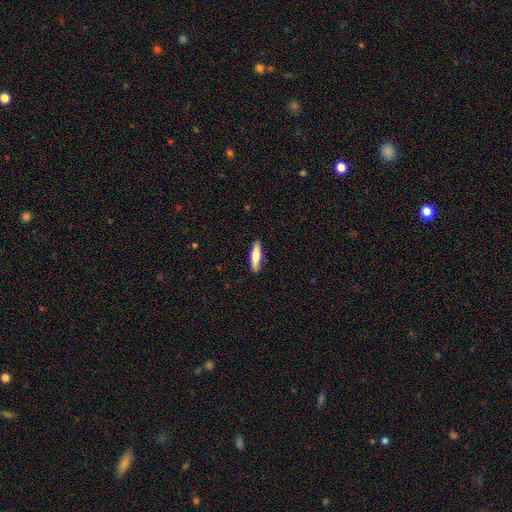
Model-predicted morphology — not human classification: Q: Smooth or featured?
A: smooth (61%); runner-up: featured or disk (34%)
Q: How rounded?
A: cigar-shaped (70%); runner-up: in between (28%)
Q: Merging?
A: none (88%); runner-up: minor disturbance (9%)